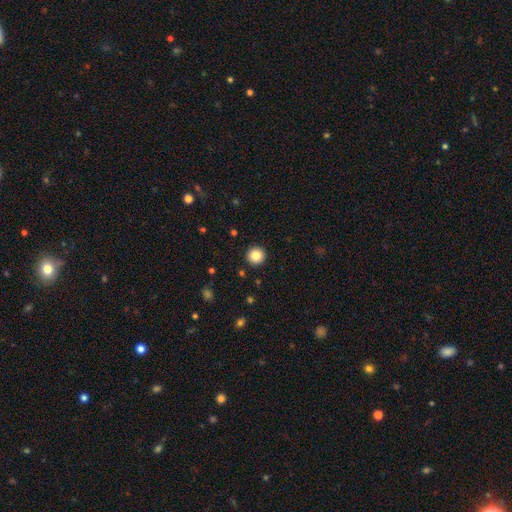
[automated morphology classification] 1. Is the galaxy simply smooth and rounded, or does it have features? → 85% smooth, 10% star or artifact, 5% featured or disk.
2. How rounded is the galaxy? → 96% round, 3% in between, 1% cigar-shaped.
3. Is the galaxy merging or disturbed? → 93% none, 4% minor disturbance, 2% major disturbance, 1% merger.